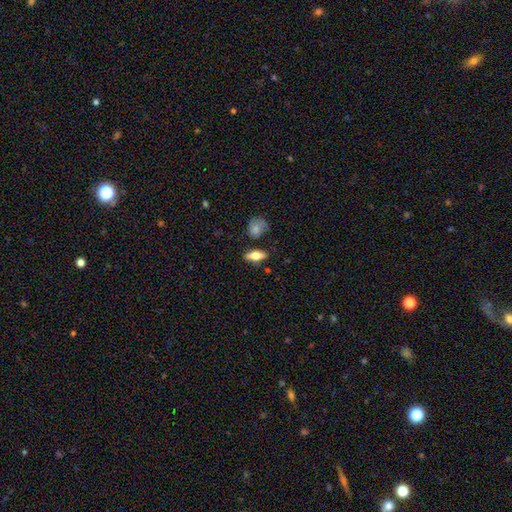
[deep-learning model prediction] Q: Smooth or featured?
A: smooth (61%); runner-up: featured or disk (32%)
Q: How rounded?
A: in between (72%); runner-up: cigar-shaped (23%)
Q: Merging?
A: none (78%); runner-up: minor disturbance (14%)